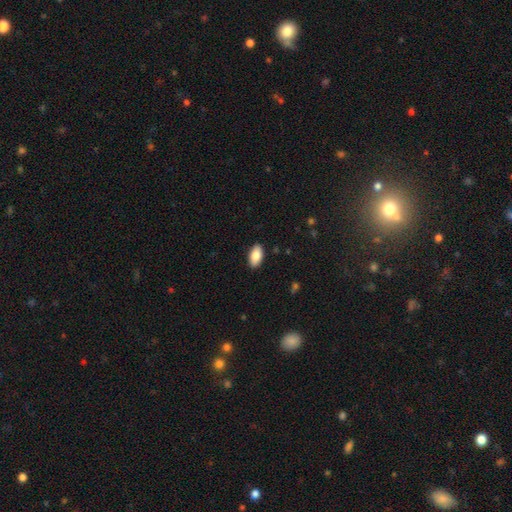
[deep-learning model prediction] A smooth galaxy with no disk features (84%) that is in between round and cigar-shaped (94%). Merging: none (90%).